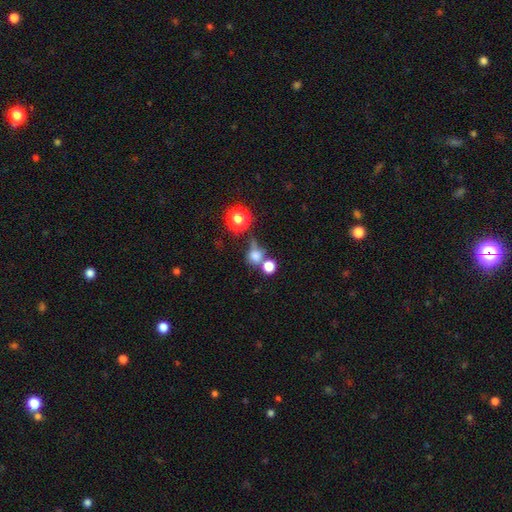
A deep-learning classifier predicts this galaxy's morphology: A smooth galaxy with no disk features (72%) that is round (84%).

Vote fractions:
- Smooth or featured? smooth: 72% / star or artifact: 18% / featured or disk: 10%
- How rounded? round: 84% / in between: 15% / cigar-shaped: 2%
- Merging? none: 47% / merger: 31% / minor disturbance: 13% / major disturbance: 9%